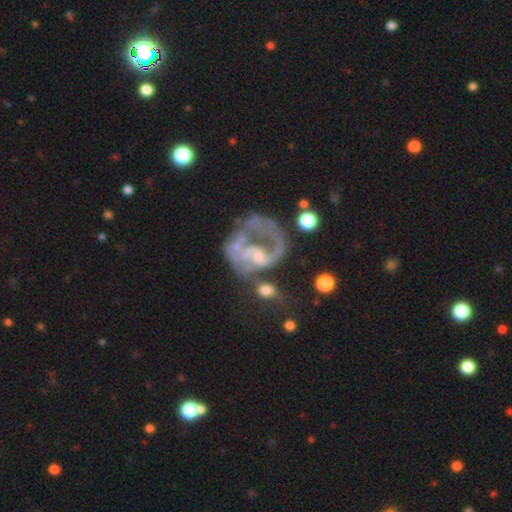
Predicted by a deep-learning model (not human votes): Overall: featured or disk (79%). Edge-on disk: no (98%). Bar: no (65%; weak 28%). Spiral arms: yes (71%). Spiral arm count: 1 (47%; 2 30%). Spiral winding: medium (39%; loose 38%). Bulge size: small (37%; none 33%). Merging: major disturbance (40%; none 25%).